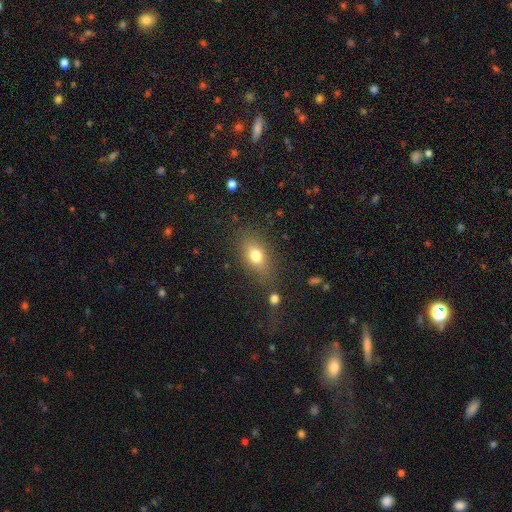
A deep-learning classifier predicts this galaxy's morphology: smooth 75%, featured or disk 13%, star or artifact 11%. Down the decision tree: how rounded — in between (77%); merging — none (76%).